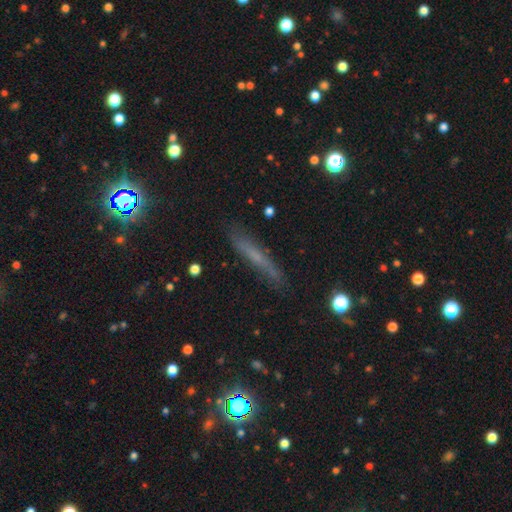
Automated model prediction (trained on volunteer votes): smooth 45%, featured or disk 41%, star or artifact 15%. Down the decision tree: merging — none (82%).